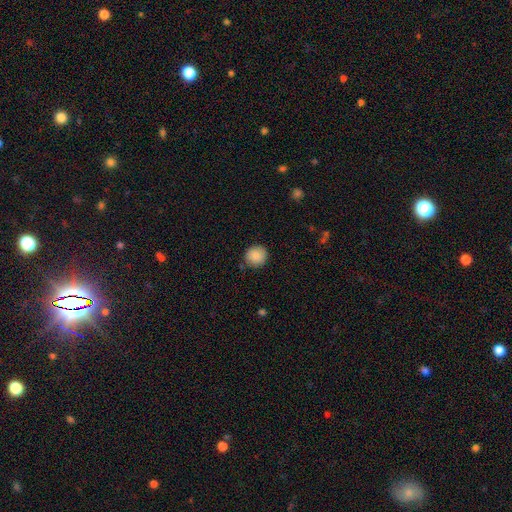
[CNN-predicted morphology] smooth_or_featured: smooth (p=0.88) [alt: star or artifact p=0.08]
how_rounded: round (p=0.91) [alt: in between p=0.08]
merging: none (p=0.86) [alt: minor disturbance p=0.10]